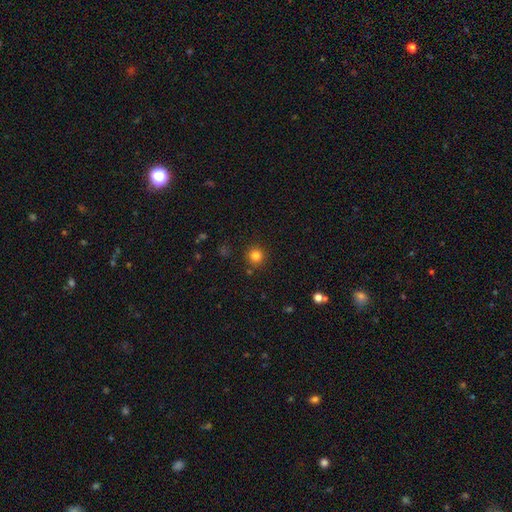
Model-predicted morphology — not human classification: smooth 81%, star or artifact 14%, featured or disk 5%. Down the decision tree: how rounded — round (94%); merging — none (89%).